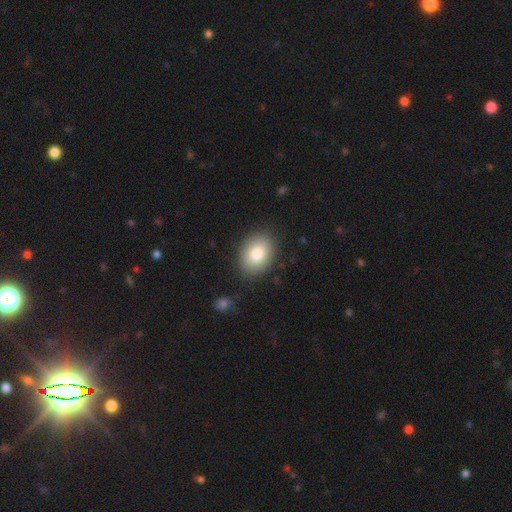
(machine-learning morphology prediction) This is clearly a smooth galaxy (83%). How rounded: likely in between (71%). Merging: clearly none (87%).